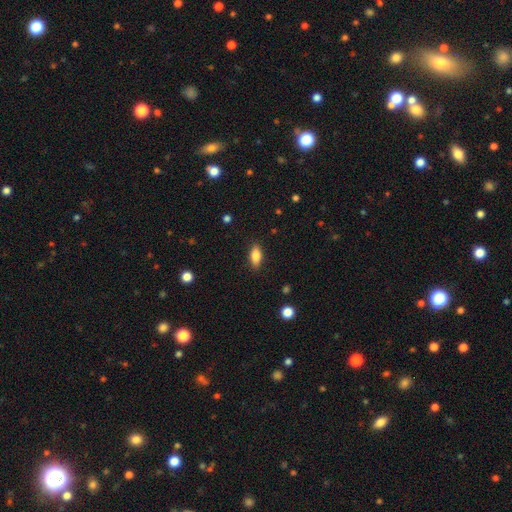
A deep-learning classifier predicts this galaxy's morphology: Smooth or featured: smooth — 84% (featured or disk — 9%)
How rounded: in between — 85% (cigar-shaped — 11%)
Merging: none — 87% (minor disturbance — 10%)